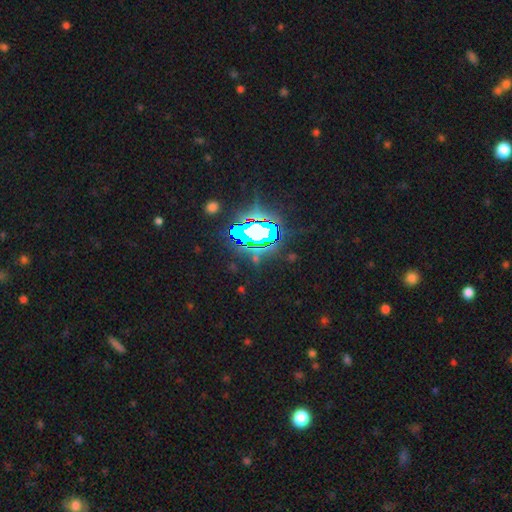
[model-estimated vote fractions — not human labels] star or artifact 74%, smooth 14%, featured or disk 12%.